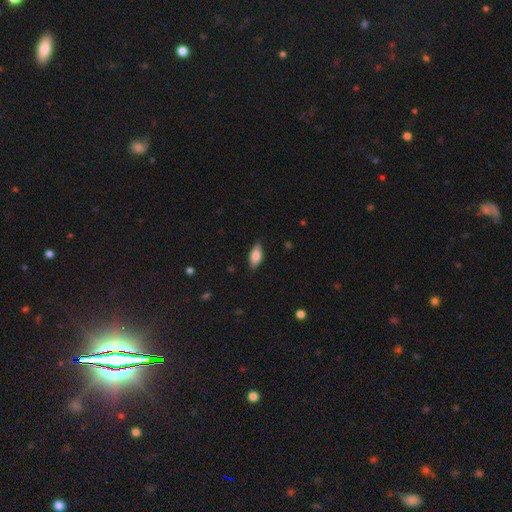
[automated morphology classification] The model was most divided on "smooth or featured": smooth: 72%, featured or disk: 22%, star or artifact: 7%. More confident: merging — none (83%); how rounded — in between (82%).